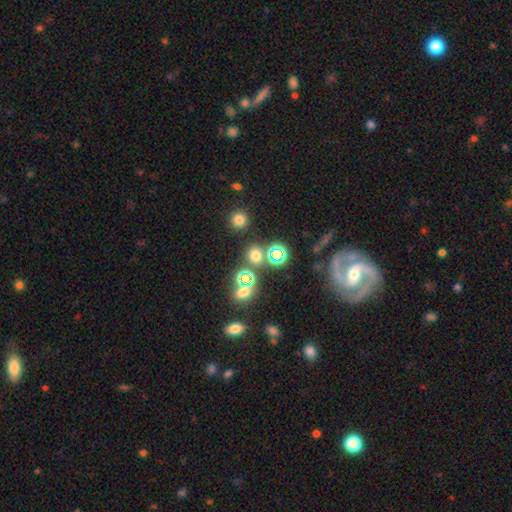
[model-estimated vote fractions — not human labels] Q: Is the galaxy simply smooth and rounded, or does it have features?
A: smooth — 50%.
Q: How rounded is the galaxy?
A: round — 76%.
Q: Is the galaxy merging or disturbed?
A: none — 71%.